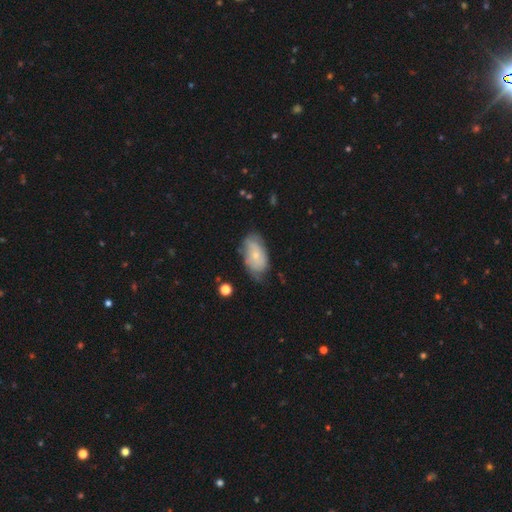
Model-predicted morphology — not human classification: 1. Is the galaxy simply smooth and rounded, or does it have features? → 51% smooth, 42% featured or disk, 7% star or artifact.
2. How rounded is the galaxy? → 92% in between, 5% round, 2% cigar-shaped.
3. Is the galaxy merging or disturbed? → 57% none, 31% minor disturbance, 10% major disturbance, 2% merger.